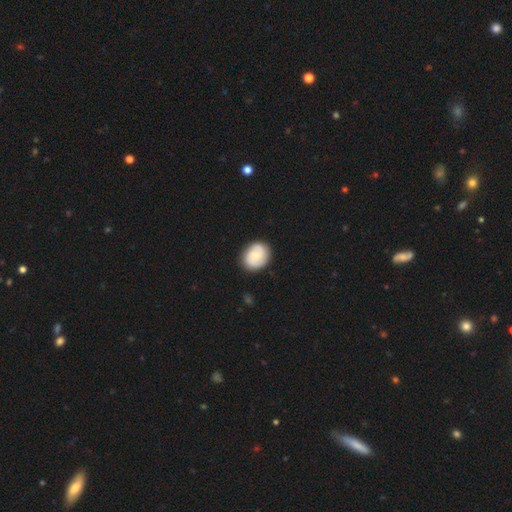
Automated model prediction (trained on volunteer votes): Q: Smooth or featured?
A: smooth (60%); runner-up: featured or disk (34%)
Q: How rounded?
A: round (58%); runner-up: in between (42%)
Q: Merging?
A: none (85%); runner-up: minor disturbance (11%)